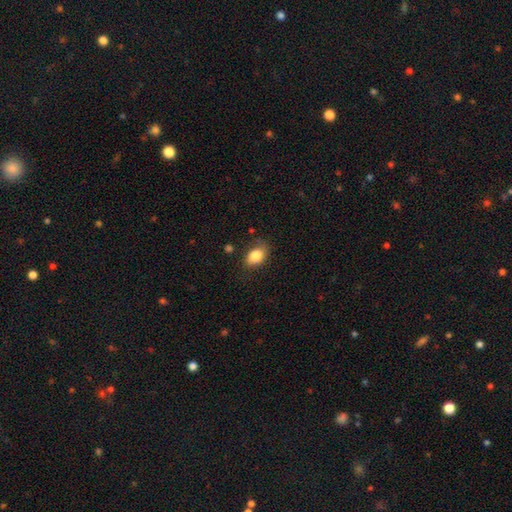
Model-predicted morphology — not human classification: Overall: smooth (83%). How rounded: in between (84%). Merging: none (71%).